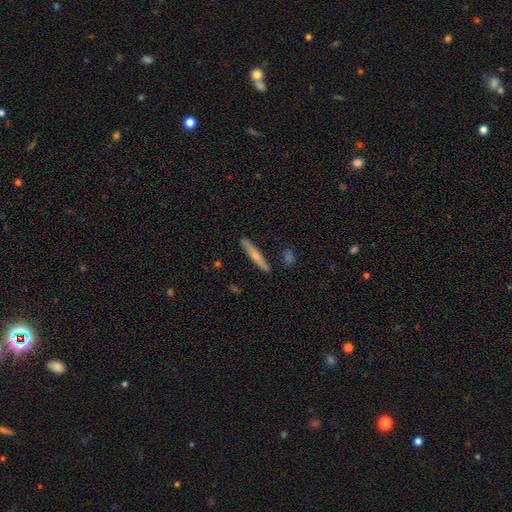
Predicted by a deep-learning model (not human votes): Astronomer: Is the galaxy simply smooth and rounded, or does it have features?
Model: smooth — 50% (runner-up: featured or disk, 44%).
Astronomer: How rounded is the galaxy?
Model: cigar-shaped — 93%.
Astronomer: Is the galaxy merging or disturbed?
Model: none — 87%.